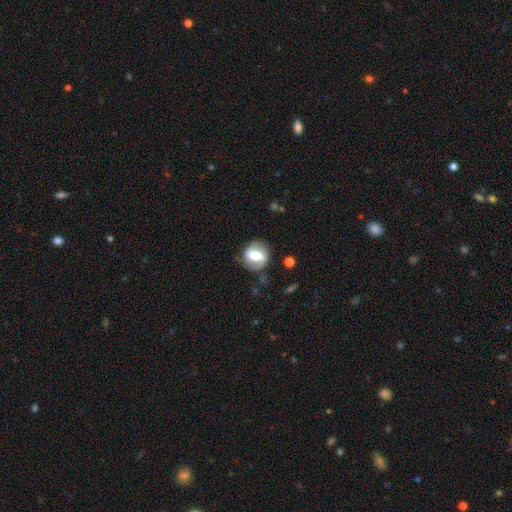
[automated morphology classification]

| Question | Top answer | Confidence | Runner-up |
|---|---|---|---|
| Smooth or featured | featured or disk | 61% | smooth (32%) |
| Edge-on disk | no | 93% | yes (7%) |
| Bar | strong | 53% | weak (31%) |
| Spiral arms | yes | 66% | no (34%) |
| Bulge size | moderate | 57% | large (22%) |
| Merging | none | 76% | minor disturbance (15%) |